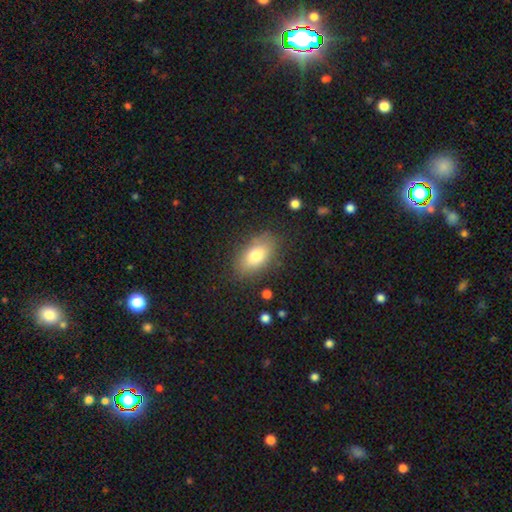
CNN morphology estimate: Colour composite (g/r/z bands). It shows a smooth galaxy with no disk features (76%) that is in between round and cigar-shaped (90%). Merging: none (81%).